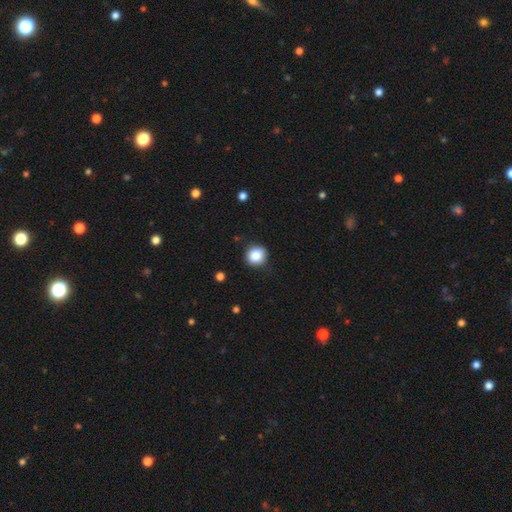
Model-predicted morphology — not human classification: Smooth or featured? smooth (84%)
How rounded? round (88%)
Merging? none (87%)